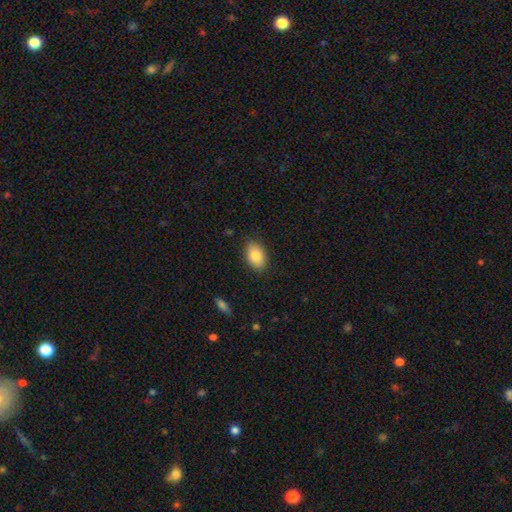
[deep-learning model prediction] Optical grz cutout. It shows a smooth galaxy with no disk features (84%) that is in between round and cigar-shaped (87%). Merging: none (87%).